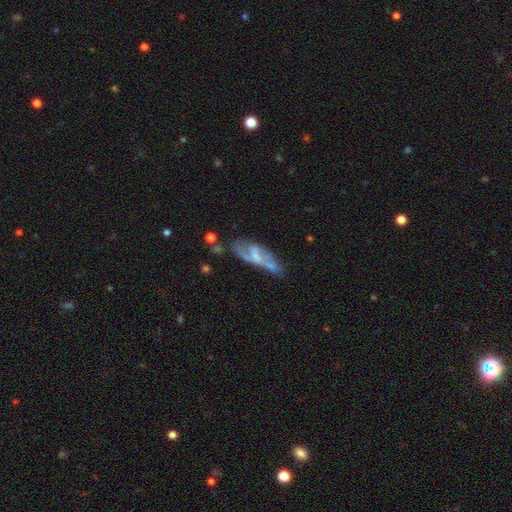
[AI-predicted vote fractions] A featured or disk galaxy (62%). Merging: none (41%).